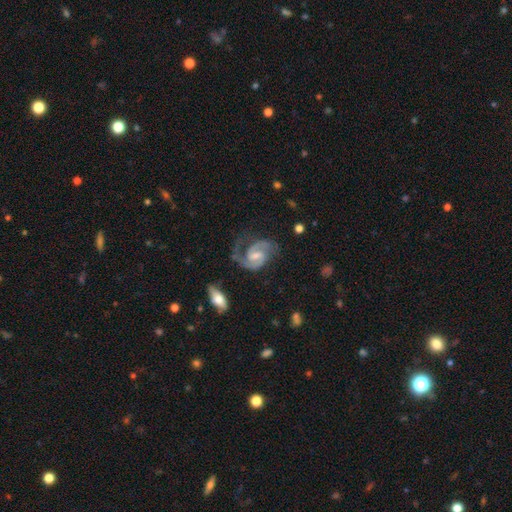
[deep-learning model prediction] Morphology: type=featured or disk (91%); edge-on=no (98%); bar=weak (57%); spiral arms=yes (98%); winding=medium (58%); arm count=2 (90%); bulge=small (46%); merging=none (60%).